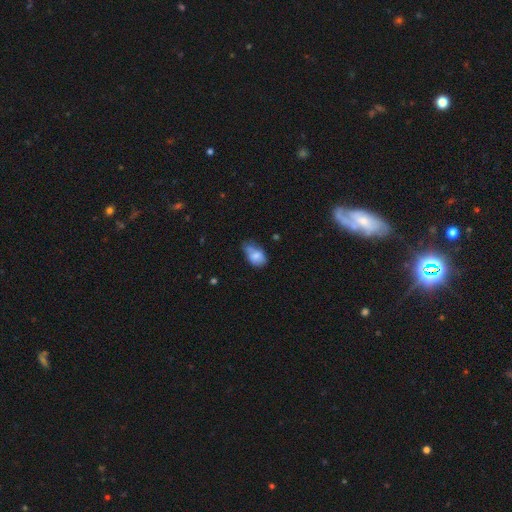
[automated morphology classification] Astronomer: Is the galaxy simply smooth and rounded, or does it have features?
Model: smooth — 73%.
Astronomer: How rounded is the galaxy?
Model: in between — 87%.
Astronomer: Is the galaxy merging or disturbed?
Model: minor disturbance — 44% (runner-up: none, 33%).